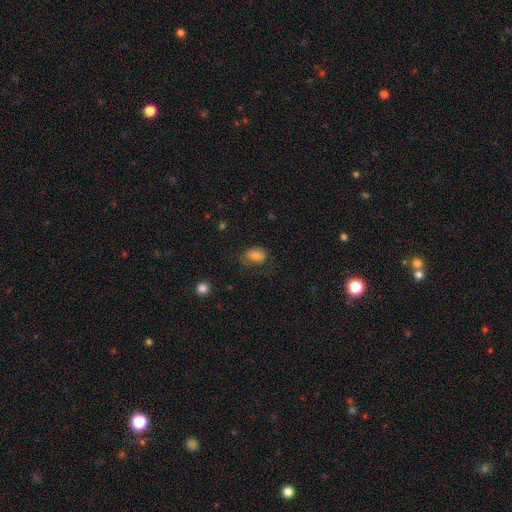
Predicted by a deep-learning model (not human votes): Smooth or featured?
  - smooth: 77% *
  - featured or disk: 13%
  - star or artifact: 10%
How rounded?
  - in between: 79% *
  - round: 20%
  - cigar-shaped: 1%
Merging?
  - none: 57% *
  - minor disturbance: 26%
  - major disturbance: 15%
  - merger: 2%